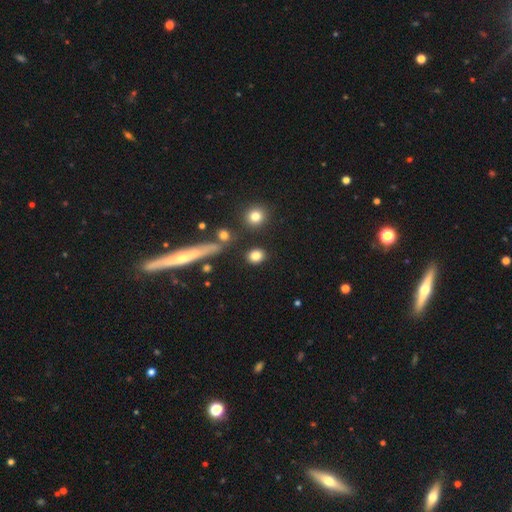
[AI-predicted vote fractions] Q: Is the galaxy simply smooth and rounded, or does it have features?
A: smooth — 82%.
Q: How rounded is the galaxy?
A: round — 70%.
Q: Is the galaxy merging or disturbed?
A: none — 84%.